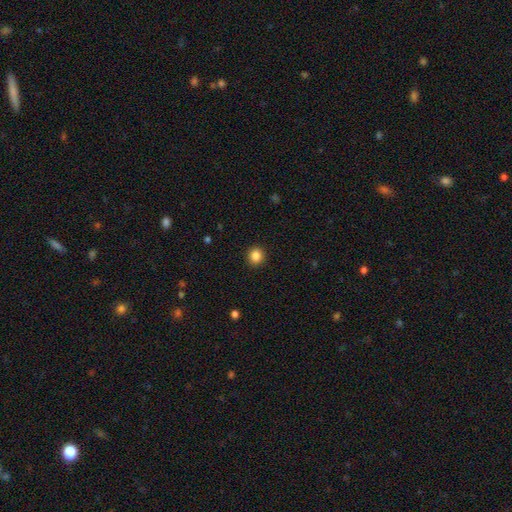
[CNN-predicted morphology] smooth-or-featured: smooth: 85% | star or artifact: 11% | featured or disk: 4%
  how-rounded: round: 90% | in between: 9% | cigar-shaped: 1%
  merging: none: 92% | minor disturbance: 5% | major disturbance: 2% | merger: 1%